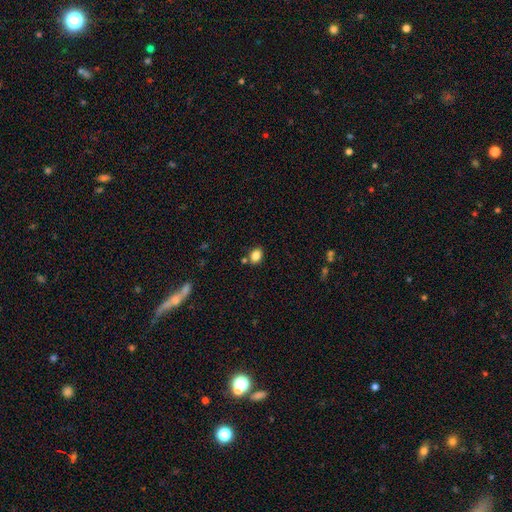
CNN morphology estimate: Overall: smooth (85%). How rounded: in between (67%; round 32%). Merging: none (77%).